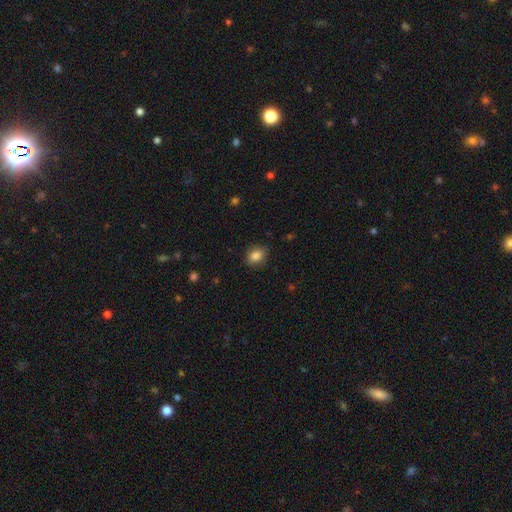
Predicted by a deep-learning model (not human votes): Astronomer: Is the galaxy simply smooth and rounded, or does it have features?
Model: smooth — 85%.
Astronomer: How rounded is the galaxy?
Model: in between — 53% (runner-up: round, 46%).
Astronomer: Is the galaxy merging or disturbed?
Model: none — 83%.